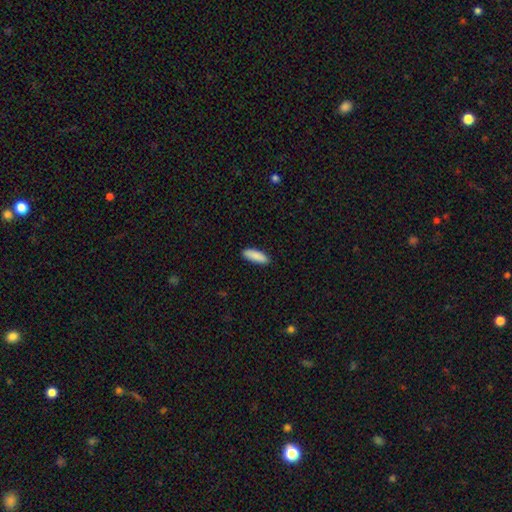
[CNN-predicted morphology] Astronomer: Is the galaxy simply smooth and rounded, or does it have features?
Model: smooth — 90%.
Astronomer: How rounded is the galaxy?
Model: in between — 60% (runner-up: cigar-shaped, 38%).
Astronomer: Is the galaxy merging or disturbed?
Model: none — 89%.